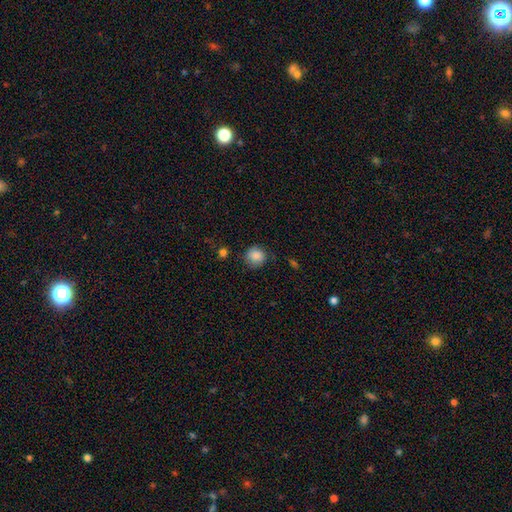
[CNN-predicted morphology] smooth_or_featured: smooth (p=0.87) [alt: star or artifact p=0.09]
how_rounded: round (p=0.88) [alt: in between p=0.11]
merging: none (p=0.79) [alt: minor disturbance p=0.15]